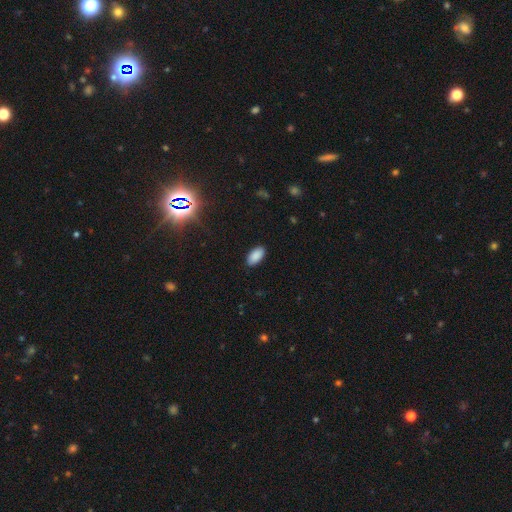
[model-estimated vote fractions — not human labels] Q: Smooth or featured?
A: smooth (88%); runner-up: star or artifact (9%)
Q: How rounded?
A: in between (95%); runner-up: cigar-shaped (3%)
Q: Merging?
A: none (88%); runner-up: minor disturbance (9%)